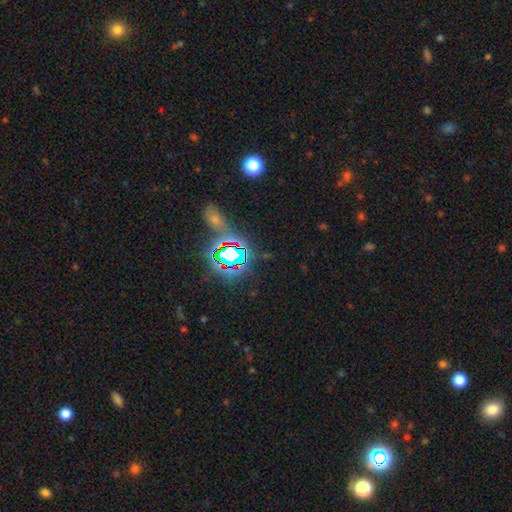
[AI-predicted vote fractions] This appears to be a star or artifact, not a galaxy (79%).